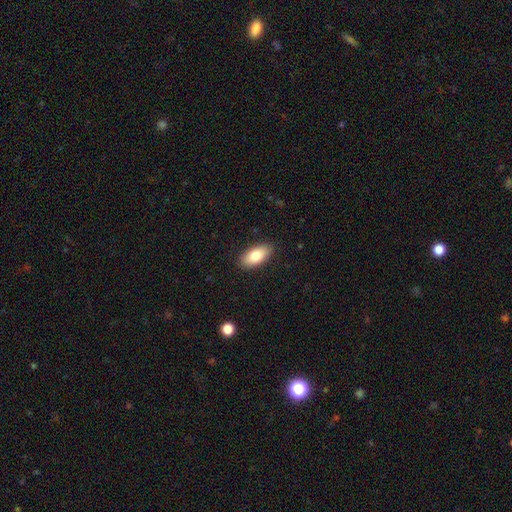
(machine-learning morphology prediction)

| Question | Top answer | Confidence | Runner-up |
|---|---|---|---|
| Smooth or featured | smooth | 78% | featured or disk (15%) |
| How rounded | in between | 90% | cigar-shaped (6%) |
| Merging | none | 89% | minor disturbance (8%) |